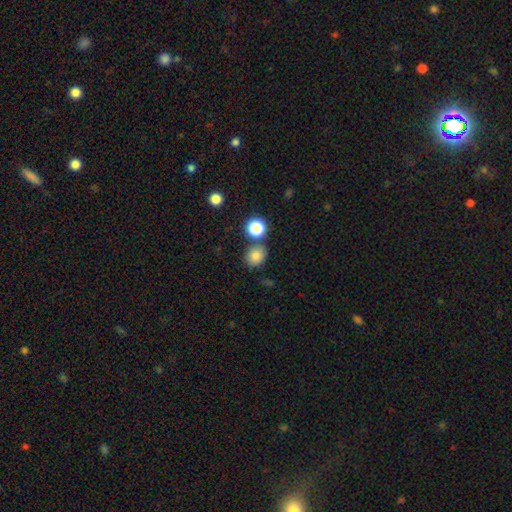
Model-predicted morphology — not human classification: Overall: smooth (80%). How rounded: round (71%). Merging: none (73%).